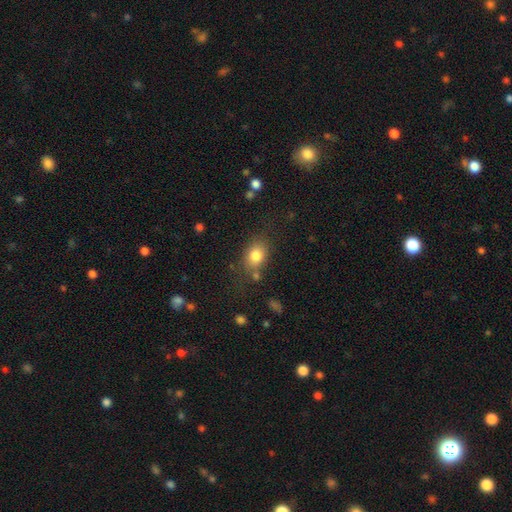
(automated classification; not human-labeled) This appears to be a smooth galaxy with no disk features (80%) that is in between round and cigar-shaped (63%). Merging: none (71%).